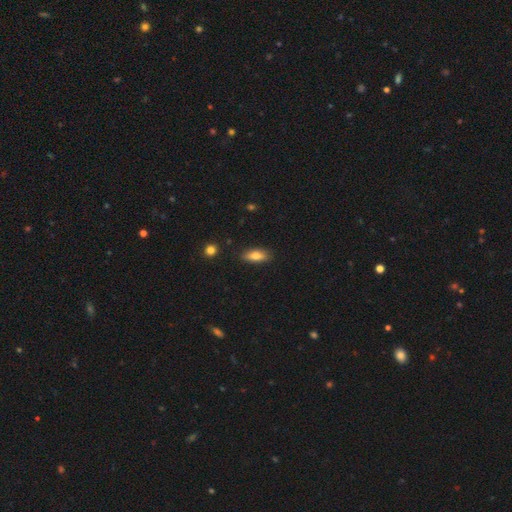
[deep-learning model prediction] This is likely a smooth galaxy (77%). How rounded: likely in between (76%). Merging: clearly none (85%).